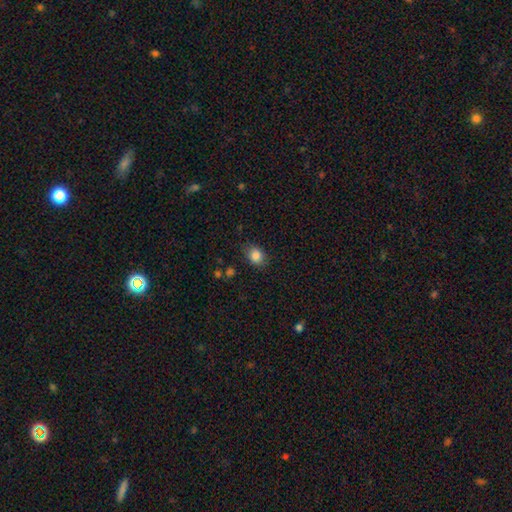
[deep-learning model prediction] Smooth or featured: smooth — 85% (star or artifact — 9%)
How rounded: in between — 58% (round — 41%)
Merging: none — 78% (minor disturbance — 17%)